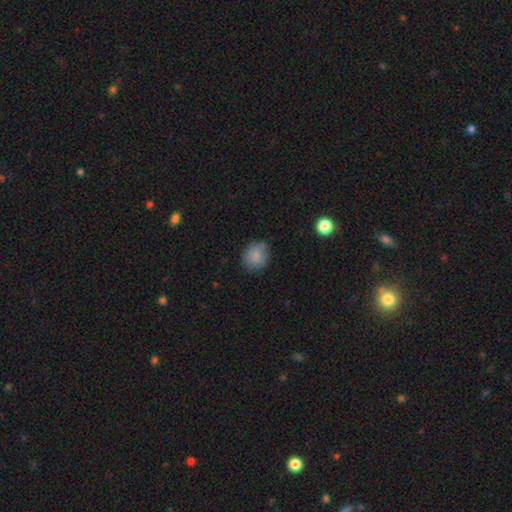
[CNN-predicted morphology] smooth_or_featured: smooth (p=0.85) [alt: star or artifact p=0.08]
how_rounded: round (p=0.70) [alt: in between p=0.29]
merging: none (p=0.78) [alt: minor disturbance p=0.17]